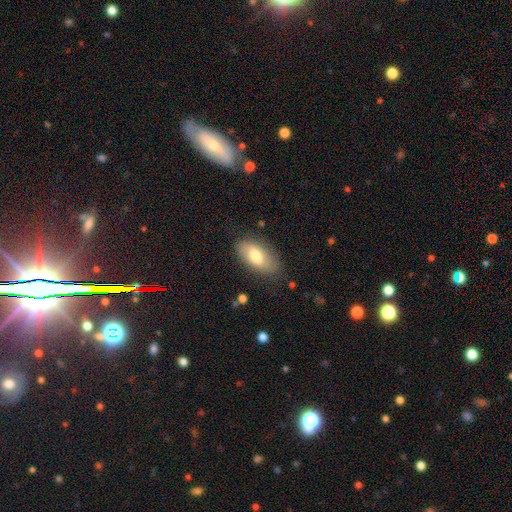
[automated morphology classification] Q: Smooth or featured?
A: smooth (71%); runner-up: featured or disk (22%)
Q: How rounded?
A: in between (92%); runner-up: cigar-shaped (5%)
Q: Merging?
A: none (79%); runner-up: minor disturbance (16%)